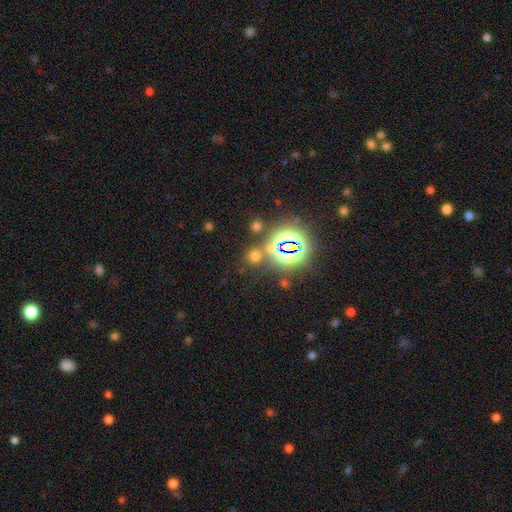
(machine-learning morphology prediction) The model was most divided on "smooth or featured": star or artifact: 72%, smooth: 20%, featured or disk: 8%.